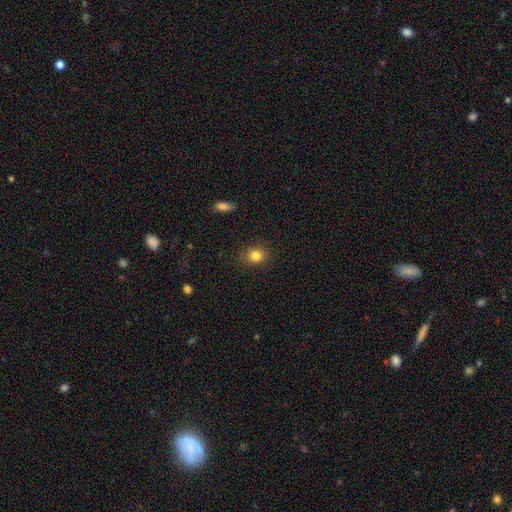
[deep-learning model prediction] Q: Smooth or featured?
A: smooth (83%); runner-up: star or artifact (11%)
Q: How rounded?
A: round (62%); runner-up: in between (36%)
Q: Merging?
A: none (84%); runner-up: minor disturbance (11%)